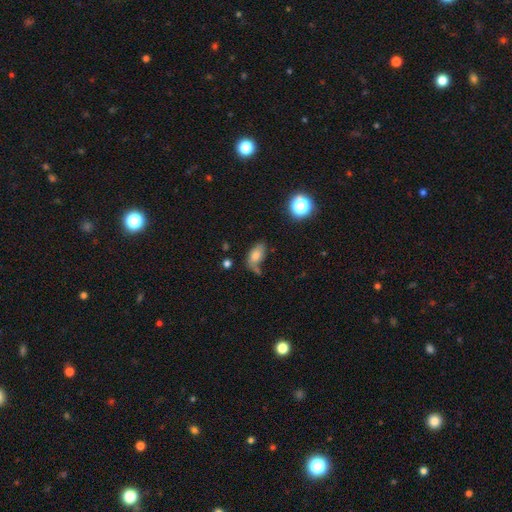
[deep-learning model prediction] smooth_or_featured: smooth (p=0.72) [alt: featured or disk p=0.16]
how_rounded: in between (p=0.88) [alt: round p=0.08]
merging: none (p=0.44) [alt: minor disturbance p=0.26]